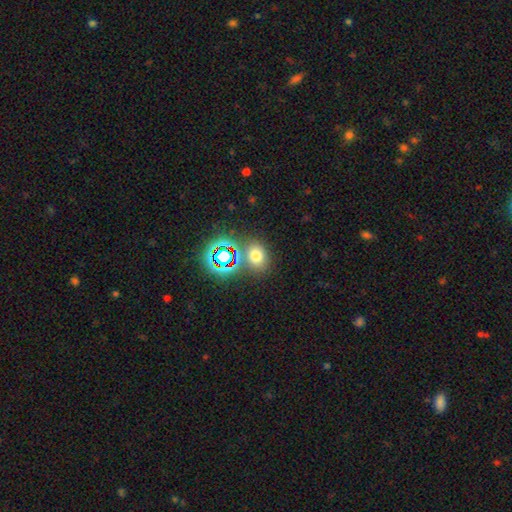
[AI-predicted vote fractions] Q: Smooth or featured?
A: smooth (63%); runner-up: star or artifact (28%)
Q: How rounded?
A: round (54%); runner-up: in between (45%)
Q: Merging?
A: none (74%); runner-up: merger (11%)